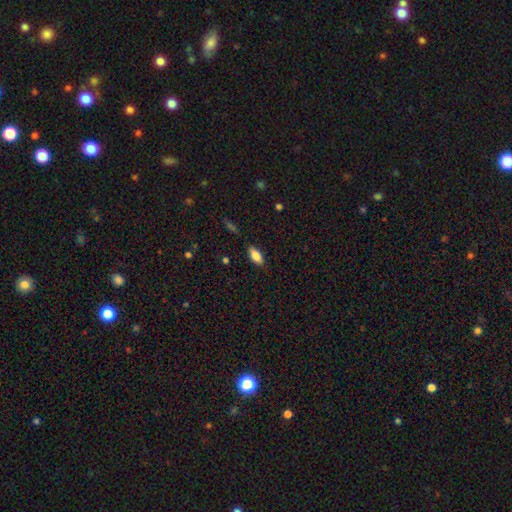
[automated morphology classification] smooth_or_featured: smooth (p=0.81) [alt: featured or disk p=0.12]
how_rounded: in between (p=0.84) [alt: cigar-shaped p=0.13]
merging: none (p=0.85) [alt: minor disturbance p=0.12]